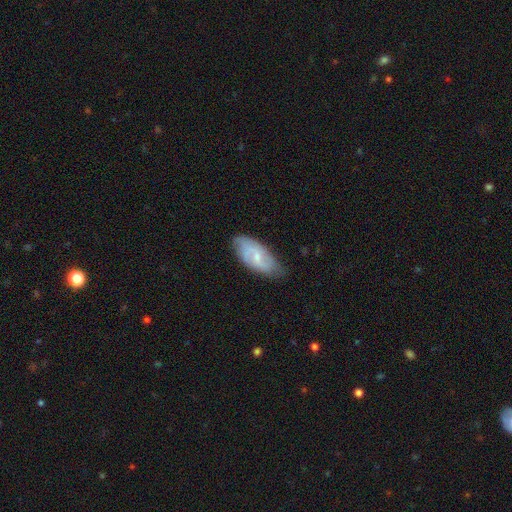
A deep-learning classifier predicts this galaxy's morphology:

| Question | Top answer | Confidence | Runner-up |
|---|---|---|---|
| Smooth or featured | featured or disk | 60% | smooth (34%) |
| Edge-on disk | no | 92% | yes (8%) |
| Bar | weak | 50% | no (38%) |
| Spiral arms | yes | 84% | no (16%) |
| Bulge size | small | 65% | moderate (29%) |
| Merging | none | 71% | minor disturbance (23%) |